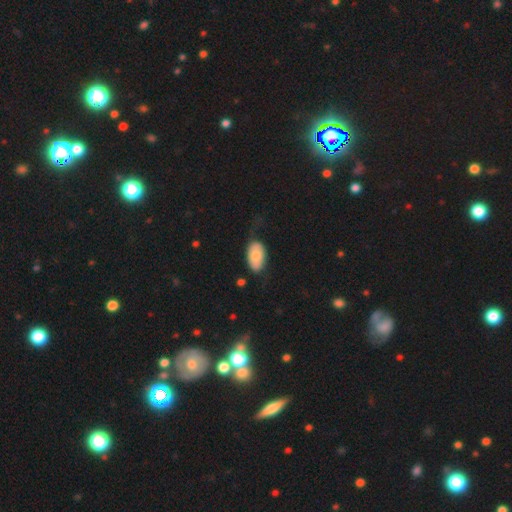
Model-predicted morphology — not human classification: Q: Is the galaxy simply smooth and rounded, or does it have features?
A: smooth — 74%.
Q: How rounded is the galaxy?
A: in between — 94%.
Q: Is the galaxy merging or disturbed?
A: none — 57%.